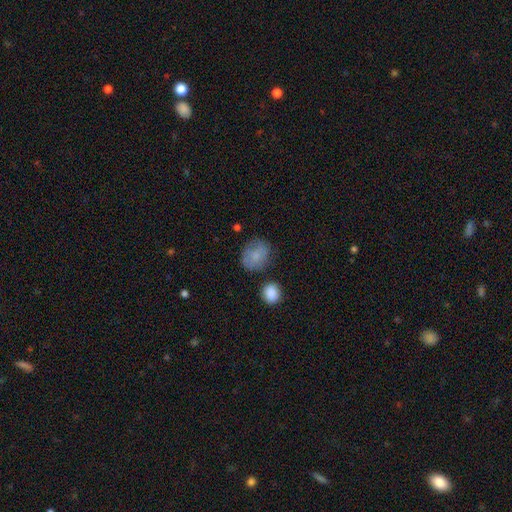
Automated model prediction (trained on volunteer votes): Morphology: type=smooth (77%); roundness=round (60%); merging=none (66%).